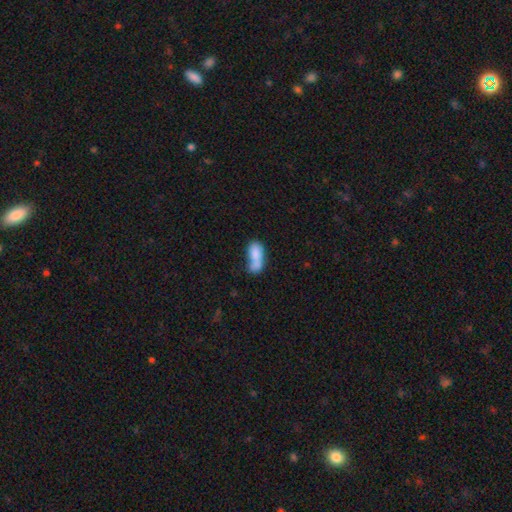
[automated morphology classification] This appears to be a smooth galaxy with no disk features (77%) that is in between round and cigar-shaped (85%). Merging: merger (49%).